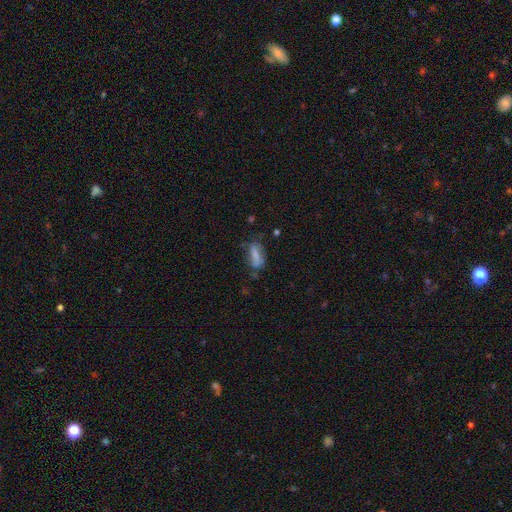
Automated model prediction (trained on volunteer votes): Q: Smooth or featured?
A: smooth (72%); runner-up: featured or disk (19%)
Q: How rounded?
A: in between (60%); runner-up: cigar-shaped (37%)
Q: Merging?
A: none (53%); runner-up: minor disturbance (28%)